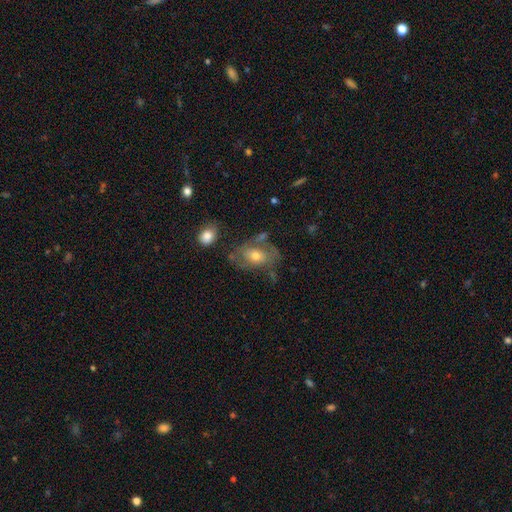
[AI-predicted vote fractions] A featured or disk galaxy (49%). Merging: none (49%).